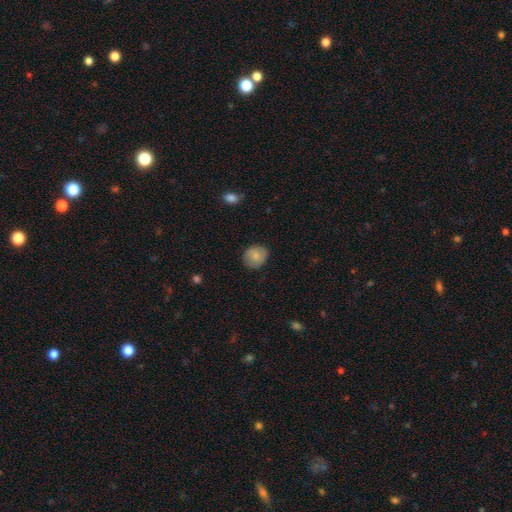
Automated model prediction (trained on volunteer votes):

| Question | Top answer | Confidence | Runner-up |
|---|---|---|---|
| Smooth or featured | smooth | 81% | featured or disk (12%) |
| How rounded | round | 75% | in between (24%) |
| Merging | none | 84% | minor disturbance (12%) |